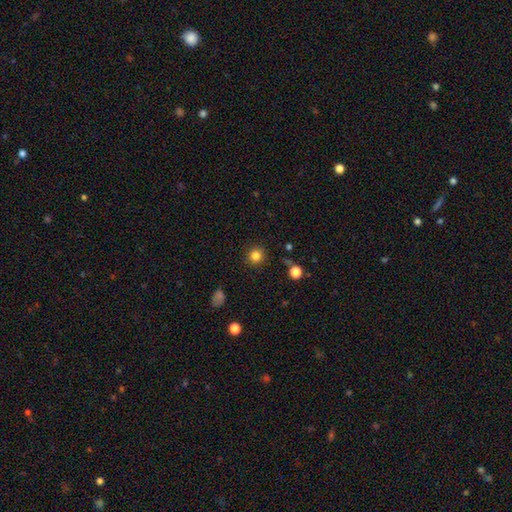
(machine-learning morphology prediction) smooth 83%, star or artifact 12%, featured or disk 5%. Down the decision tree: how rounded — round (93%); merging — none (89%).